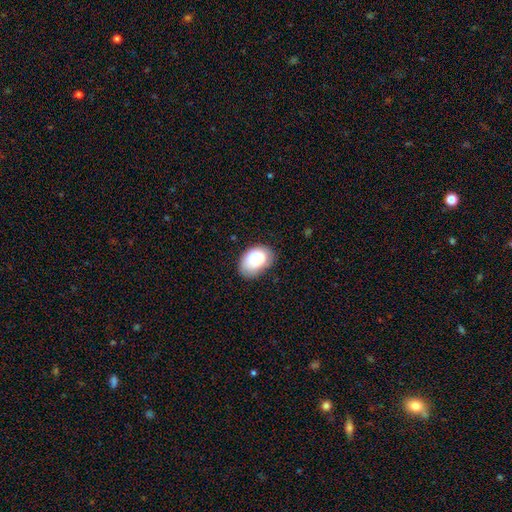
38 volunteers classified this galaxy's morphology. A smooth galaxy with no disk features (82%) that is in between round and cigar-shaped (81%). Merging: none (53%).